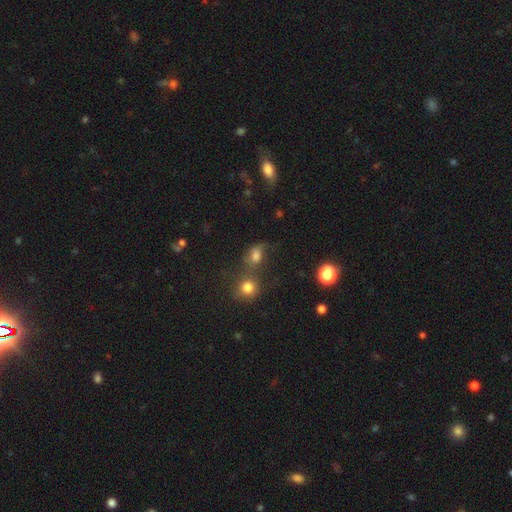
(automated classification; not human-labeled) A smooth galaxy with no disk features (68%) that is in between round and cigar-shaped (61%). Merging: merger (38%).